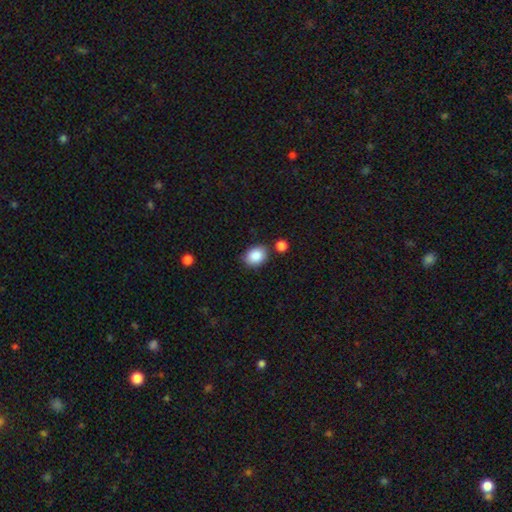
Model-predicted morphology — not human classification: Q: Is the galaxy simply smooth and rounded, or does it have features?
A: smooth — 88%.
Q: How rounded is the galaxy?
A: in between — 59%.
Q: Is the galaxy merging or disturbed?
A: none — 77%.